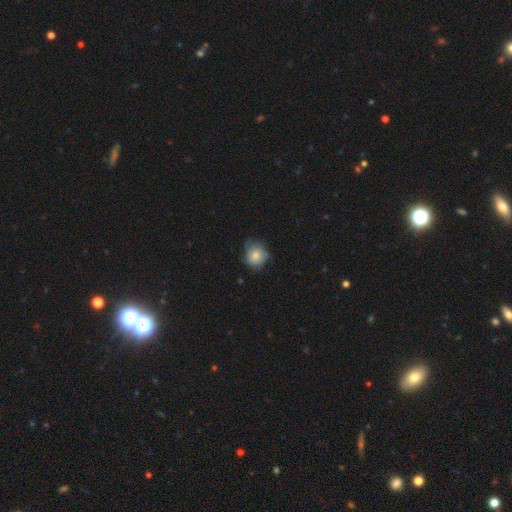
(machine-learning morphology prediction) A smooth galaxy with no disk features (75%) that is round (83%).

Vote fractions:
- Smooth or featured? smooth: 75% / featured or disk: 17% / star or artifact: 8%
- How rounded? round: 83% / in between: 16% / cigar-shaped: 1%
- Merging? none: 56% / minor disturbance: 33% / major disturbance: 10% / merger: 1%